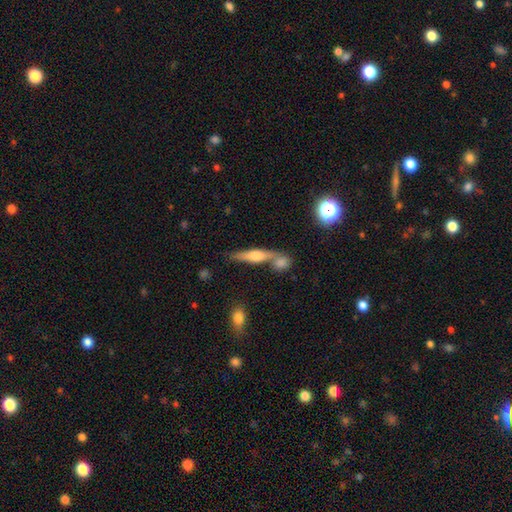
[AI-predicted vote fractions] Smooth or featured?
  - featured or disk: 52% *
  - smooth: 39%
  - star or artifact: 8%
Edge-on disk?
  - yes: 91% *
  - no: 9%
Merging?
  - none: 53% *
  - merger: 32%
  - minor disturbance: 11%
  - major disturbance: 4%